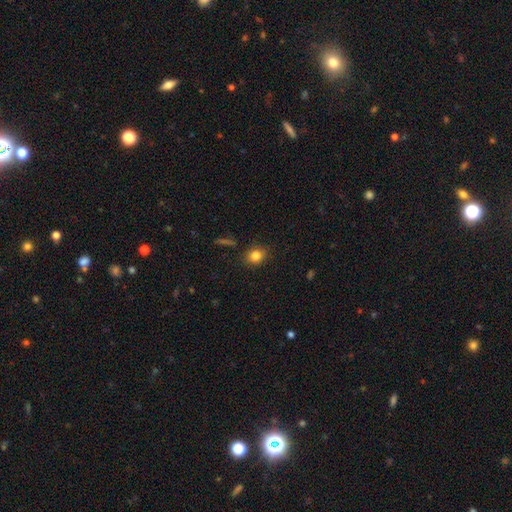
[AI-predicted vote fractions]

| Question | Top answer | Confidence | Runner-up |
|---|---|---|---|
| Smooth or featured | smooth | 82% | star or artifact (11%) |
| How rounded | round | 63% | in between (36%) |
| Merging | none | 86% | minor disturbance (10%) |